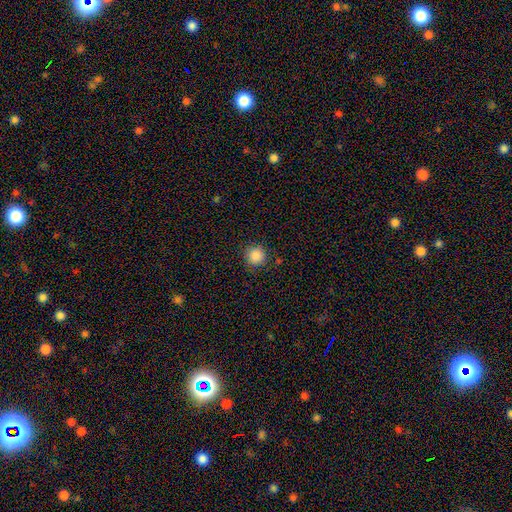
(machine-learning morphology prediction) A smooth galaxy with no disk features (87%) that is round (94%). Merging: none (88%).